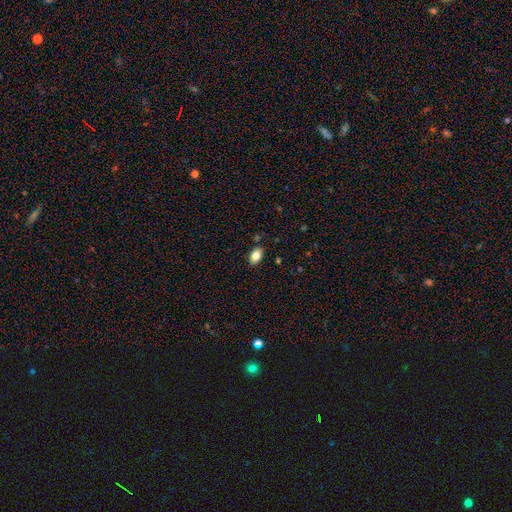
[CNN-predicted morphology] Overall: smooth (81%). How rounded: in between (90%). Merging: none (86%).